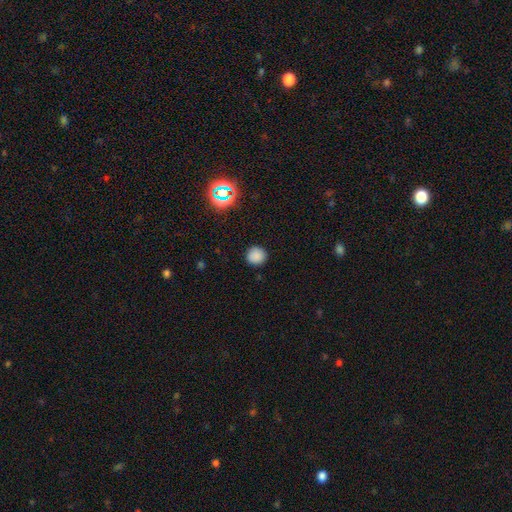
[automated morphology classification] Smooth or featured? Predicted: smooth (p=0.82). How rounded? Predicted: round (p=0.93). Merging? Predicted: none (p=0.90).